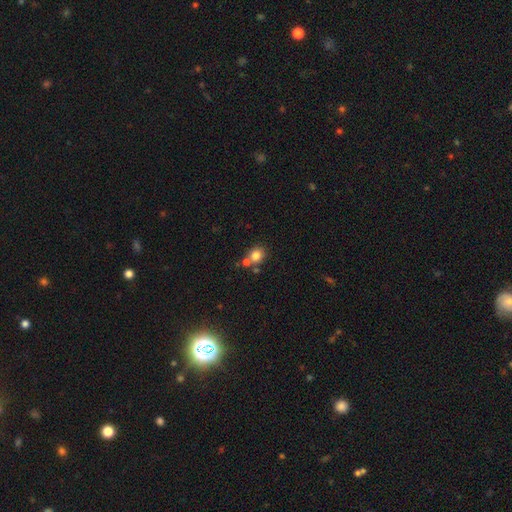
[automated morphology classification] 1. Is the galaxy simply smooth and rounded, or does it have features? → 80% smooth, 12% star or artifact, 8% featured or disk.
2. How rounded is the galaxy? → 81% round, 18% in between, 1% cigar-shaped.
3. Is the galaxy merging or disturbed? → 60% none, 27% merger, 10% minor disturbance, 3% major disturbance.